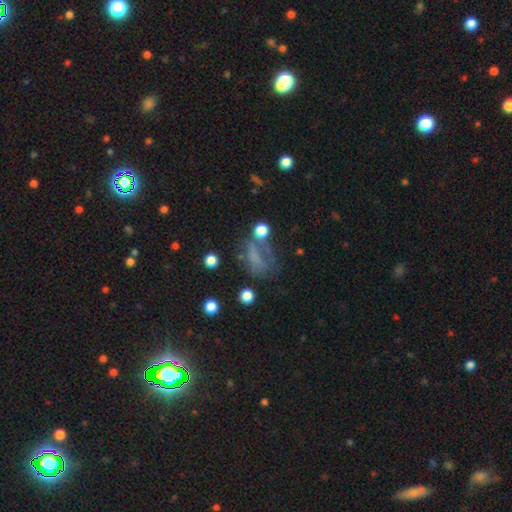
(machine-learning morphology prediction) A smooth galaxy with no disk features (41%). Merging: major disturbance (35%).